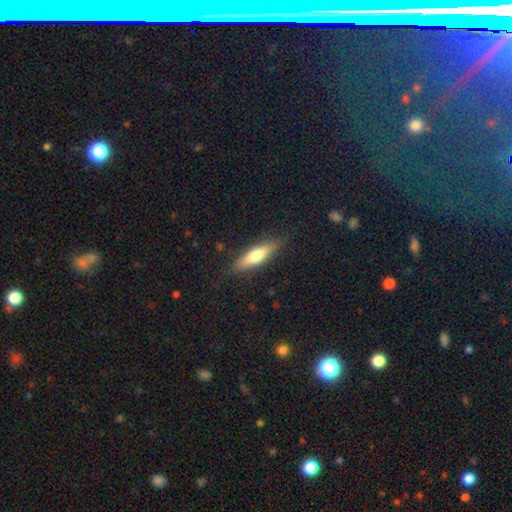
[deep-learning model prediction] smooth-or-featured: smooth: 65% | featured or disk: 29% | star or artifact: 6%
  how-rounded: cigar-shaped: 63% | in between: 35% | round: 2%
  merging: none: 86% | minor disturbance: 10% | major disturbance: 2% | merger: 1%